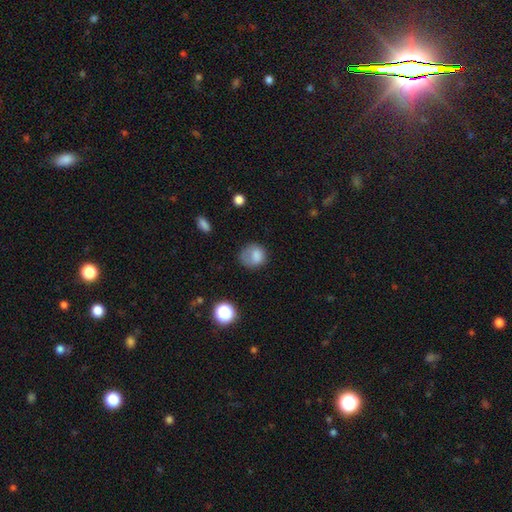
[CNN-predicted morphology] A smooth galaxy with no disk features (78%) that is round (71%).

Vote fractions:
- Smooth or featured? smooth: 78% / featured or disk: 11% / star or artifact: 10%
- How rounded? round: 71% / in between: 28% / cigar-shaped: 1%
- Merging? none: 50% / minor disturbance: 27% / major disturbance: 20% / merger: 2%